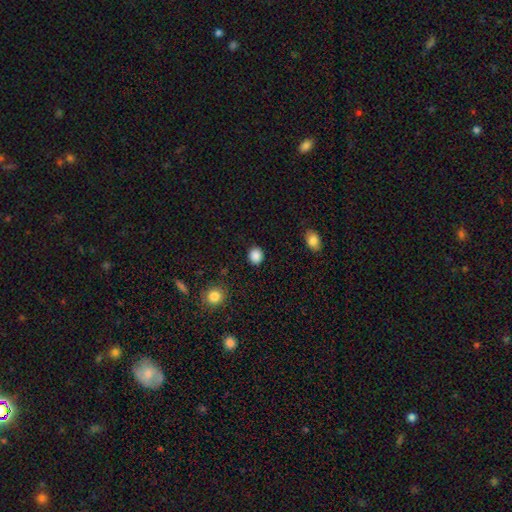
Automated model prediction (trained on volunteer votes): smooth_or_featured: smooth (p=0.88) [alt: star or artifact p=0.10]
how_rounded: round (p=0.80) [alt: in between p=0.19]
merging: none (p=0.90) [alt: minor disturbance p=0.06]